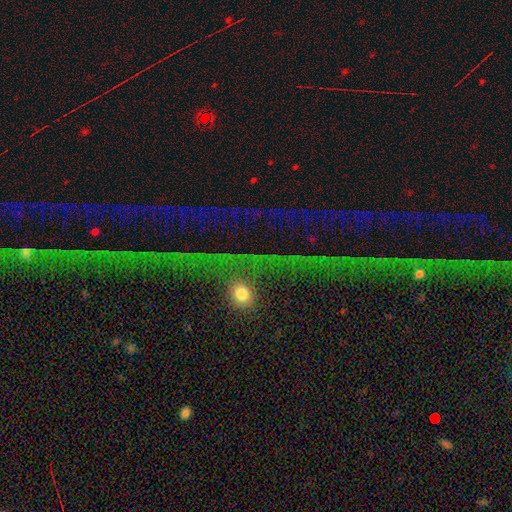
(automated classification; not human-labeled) Q: Smooth or featured?
A: star or artifact (80%); runner-up: featured or disk (10%)